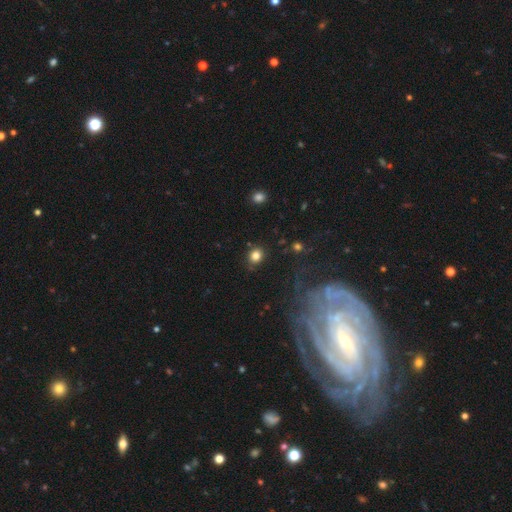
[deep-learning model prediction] smooth_or_featured: smooth (p=0.82) [alt: star or artifact p=0.12]
how_rounded: round (p=0.75) [alt: in between p=0.24]
merging: none (p=0.86) [alt: minor disturbance p=0.09]